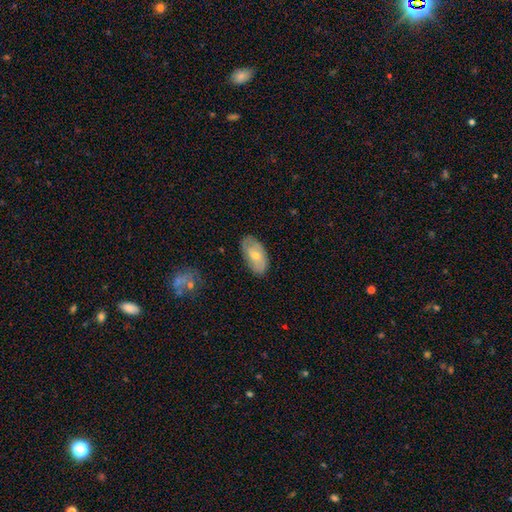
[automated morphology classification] smooth-or-featured: smooth: 63% | featured or disk: 31% | star or artifact: 6%
  how-rounded: in between: 93% | round: 4% | cigar-shaped: 3%
  merging: none: 78% | minor disturbance: 17% | major disturbance: 4% | merger: 1%